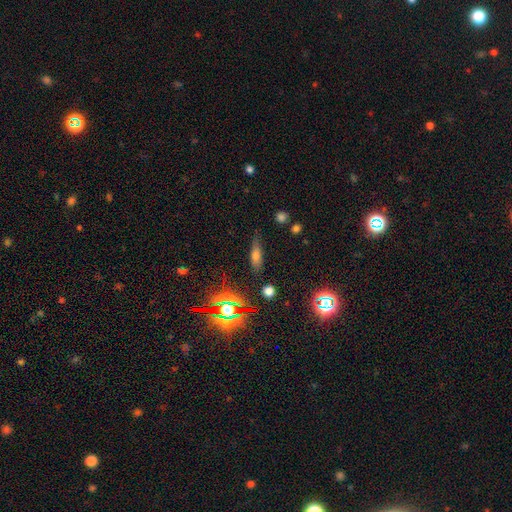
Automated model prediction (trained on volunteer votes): smooth-or-featured: smooth: 57% | featured or disk: 22% | star or artifact: 21%
  how-rounded: cigar-shaped: 49% | in between: 46% | round: 5%
  merging: none: 74% | minor disturbance: 18% | major disturbance: 5% | merger: 3%